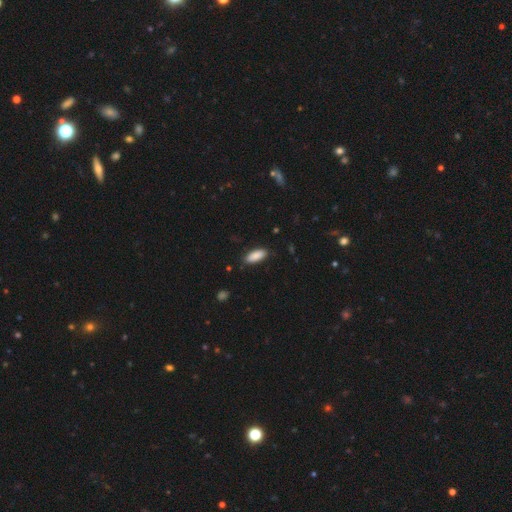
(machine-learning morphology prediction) Smooth or featured? smooth (89%)
How rounded? in between (80%)
Merging? none (85%)